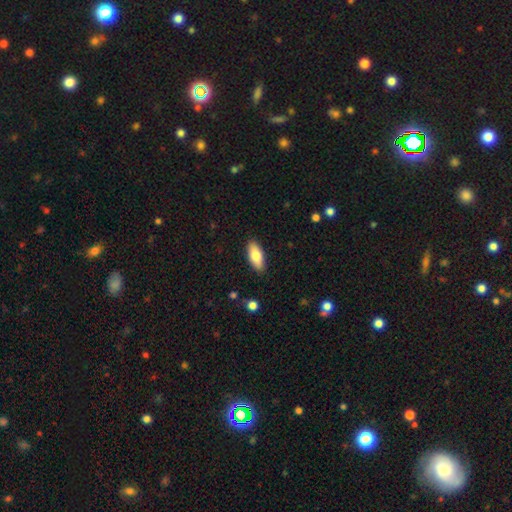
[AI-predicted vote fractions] Morphology: type=smooth (81%); roundness=in between (83%); merging=none (88%).